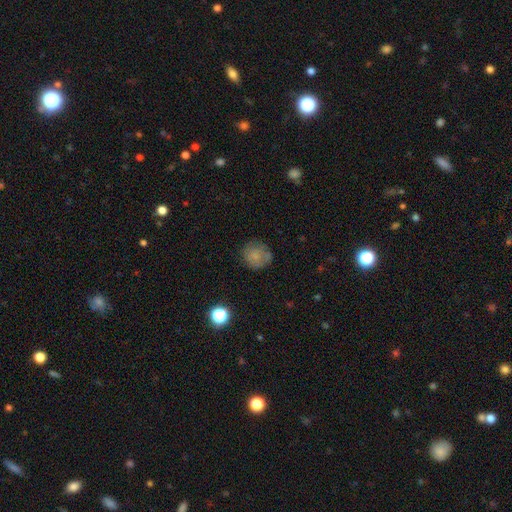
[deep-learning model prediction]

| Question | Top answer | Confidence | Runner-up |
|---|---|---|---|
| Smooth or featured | smooth | 68% | featured or disk (21%) |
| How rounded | round | 87% | in between (12%) |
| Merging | none | 71% | minor disturbance (19%) |